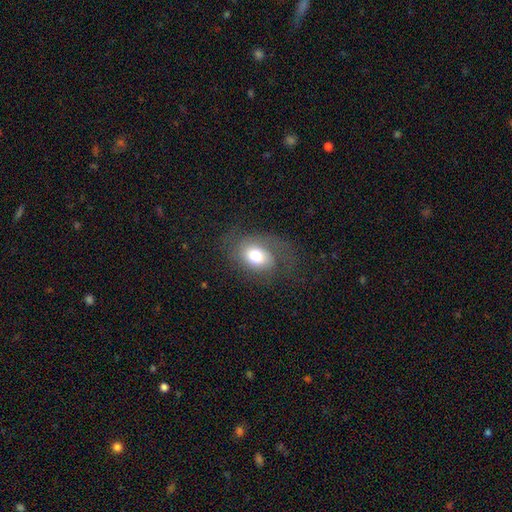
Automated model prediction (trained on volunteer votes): A smooth galaxy with no disk features (61%) that is in between round and cigar-shaped (66%). Merging: none (58%).